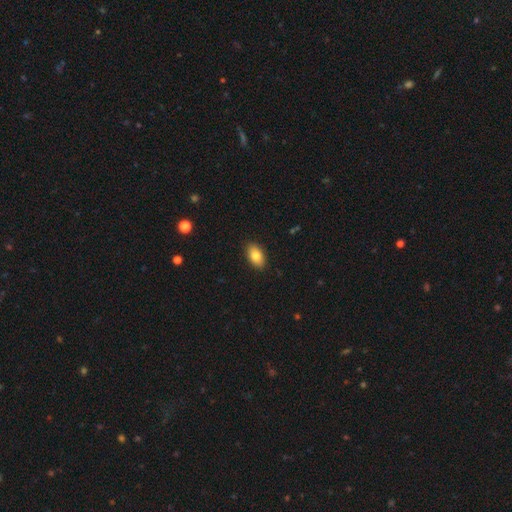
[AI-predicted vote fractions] Smooth or featured: smooth — 82% (featured or disk — 10%)
How rounded: in between — 91% (round — 6%)
Merging: none — 89% (minor disturbance — 8%)